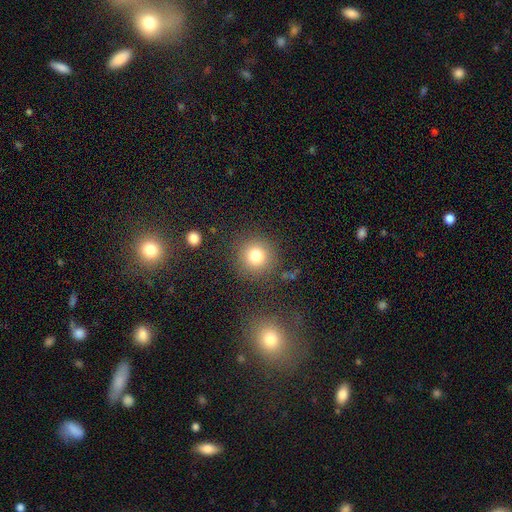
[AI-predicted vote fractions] A smooth galaxy with no disk features (79%) that is round (93%).

Vote fractions:
- Smooth or featured? smooth: 79% / star or artifact: 13% / featured or disk: 9%
- How rounded? round: 93% / in between: 6% / cigar-shaped: 1%
- Merging? none: 85% / minor disturbance: 8% / major disturbance: 4% / merger: 3%